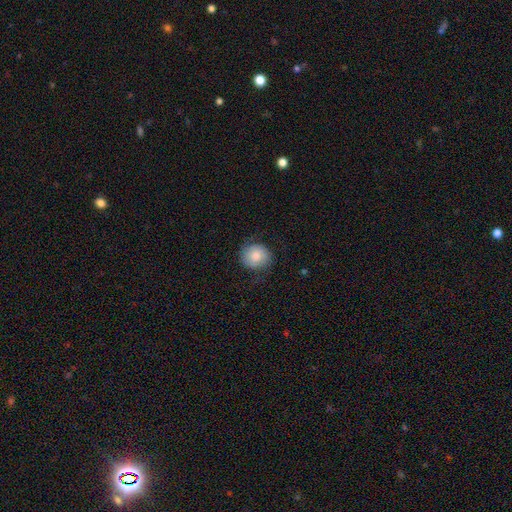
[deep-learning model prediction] This is likely a smooth galaxy (67%). How rounded: clearly round (83%). Merging: likely none (74%).